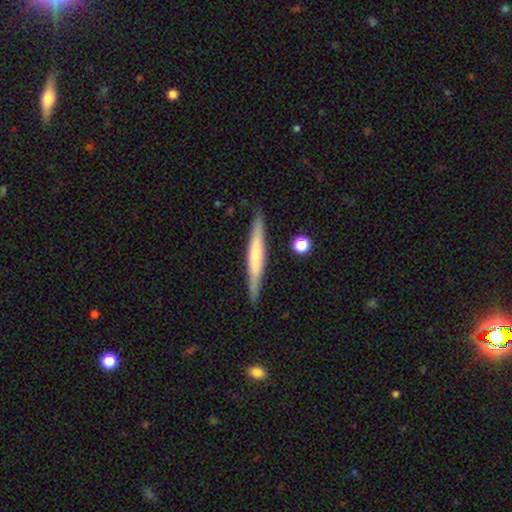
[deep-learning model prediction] A featured or disk galaxy (48%). Merging: none (89%).